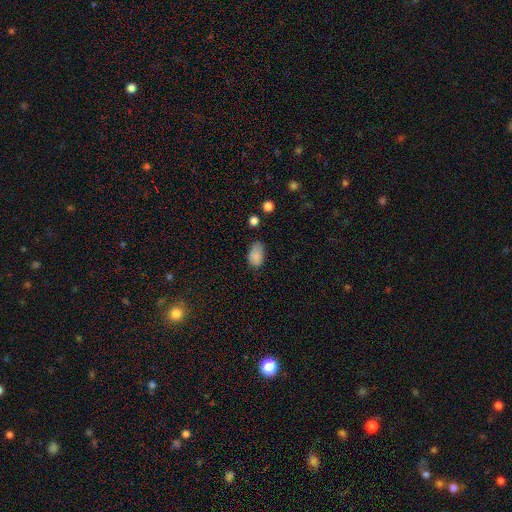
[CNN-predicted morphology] Smooth or featured?
  - smooth: 85% *
  - star or artifact: 9%
  - featured or disk: 5%
How rounded?
  - in between: 90% *
  - round: 8%
  - cigar-shaped: 2%
Merging?
  - none: 64% *
  - minor disturbance: 28%
  - major disturbance: 6%
  - merger: 3%